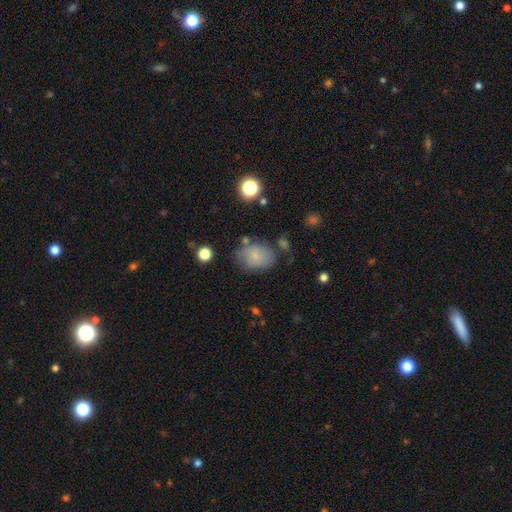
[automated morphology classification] The model was most divided on "merging": none: 58%, minor disturbance: 26%, major disturbance: 10%, merger: 6%. More confident: smooth or featured — smooth (71%); how rounded — in between (70%).